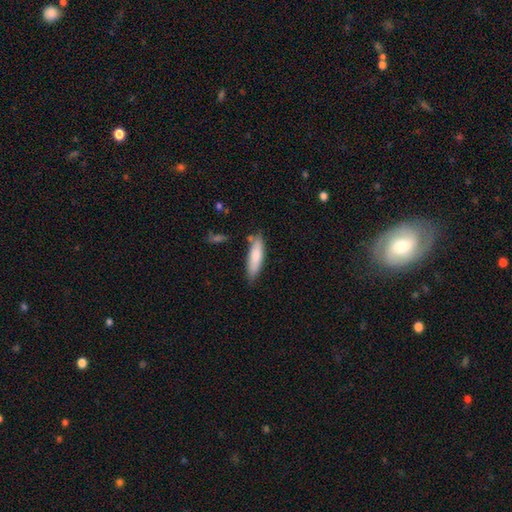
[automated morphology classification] Smooth or featured? Predicted: smooth (p=0.78). How rounded? Predicted: cigar-shaped (p=0.63). Merging? Predicted: none (p=0.73).